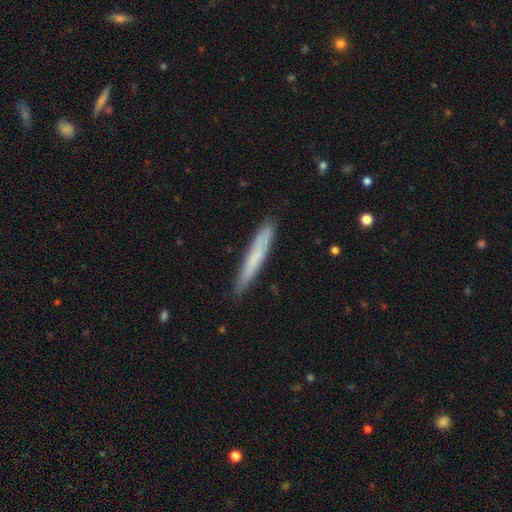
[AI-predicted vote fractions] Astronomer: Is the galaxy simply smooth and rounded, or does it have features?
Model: smooth — 67%.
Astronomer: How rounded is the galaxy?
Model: cigar-shaped — 96%.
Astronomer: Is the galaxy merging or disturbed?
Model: none — 88%.